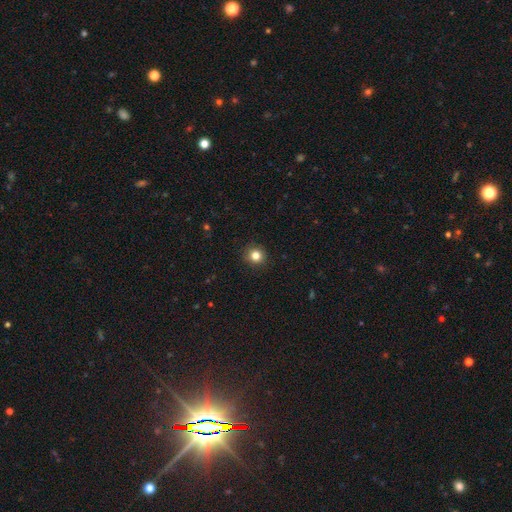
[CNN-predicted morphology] Smooth or featured?
  - smooth: 82% *
  - star or artifact: 12%
  - featured or disk: 5%
How rounded?
  - round: 92% *
  - in between: 7%
  - cigar-shaped: 1%
Merging?
  - none: 92% *
  - minor disturbance: 5%
  - major disturbance: 2%
  - merger: 1%